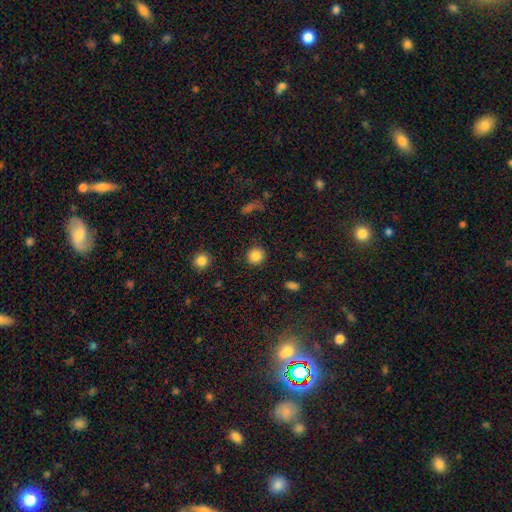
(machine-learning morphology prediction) smooth-or-featured: smooth: 86% | star or artifact: 10% | featured or disk: 4%
  how-rounded: round: 92% | in between: 7% | cigar-shaped: 1%
  merging: none: 91% | minor disturbance: 6% | major disturbance: 2% | merger: 1%